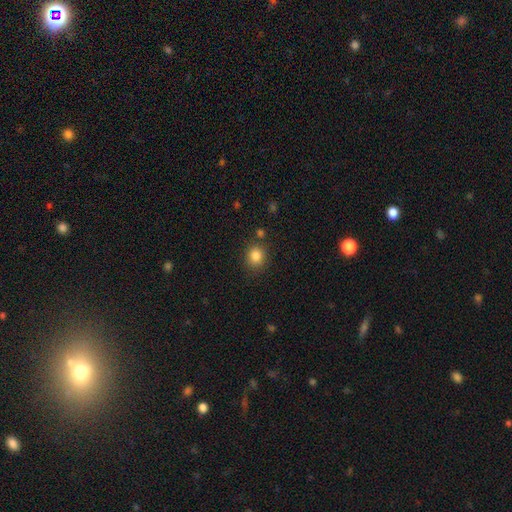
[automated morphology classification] The model was most divided on "how rounded": round: 78%, in between: 21%, cigar-shaped: 1%. More confident: smooth or featured — smooth (84%); merging — none (82%).